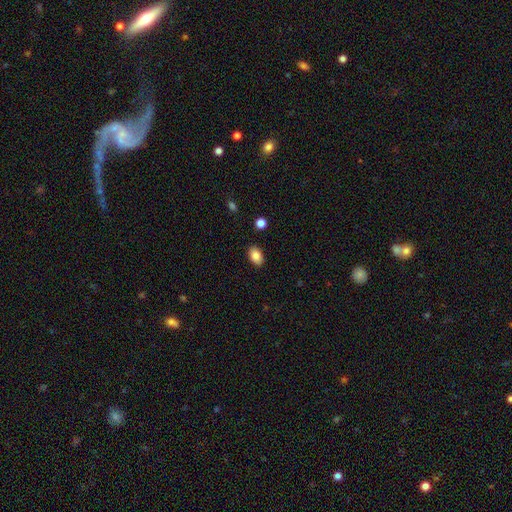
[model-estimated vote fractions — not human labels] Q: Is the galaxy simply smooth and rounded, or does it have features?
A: smooth — 86%.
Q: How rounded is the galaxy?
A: in between — 89%.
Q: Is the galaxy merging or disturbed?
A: none — 88%.